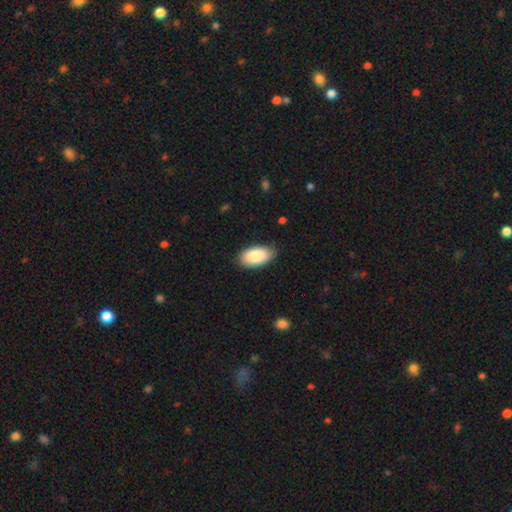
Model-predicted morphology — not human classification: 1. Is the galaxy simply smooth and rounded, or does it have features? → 88% smooth, 6% featured or disk, 6% star or artifact.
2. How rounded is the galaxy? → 95% in between, 3% round, 2% cigar-shaped.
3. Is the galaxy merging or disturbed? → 82% none, 15% minor disturbance, 3% major disturbance, 1% merger.